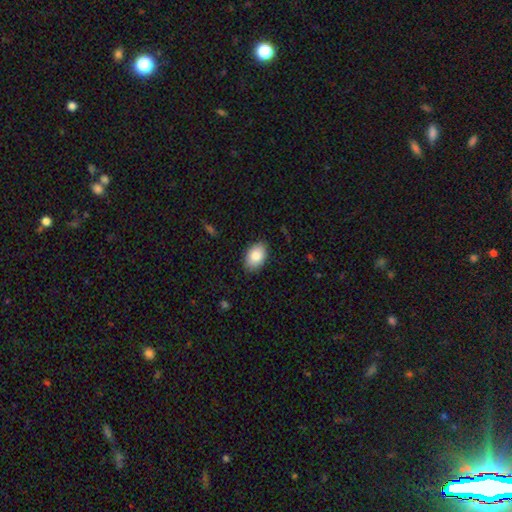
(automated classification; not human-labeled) smooth_or_featured: smooth (p=0.86) [alt: featured or disk p=0.08]
how_rounded: in between (p=0.90) [alt: round p=0.09]
merging: none (p=0.86) [alt: minor disturbance p=0.10]